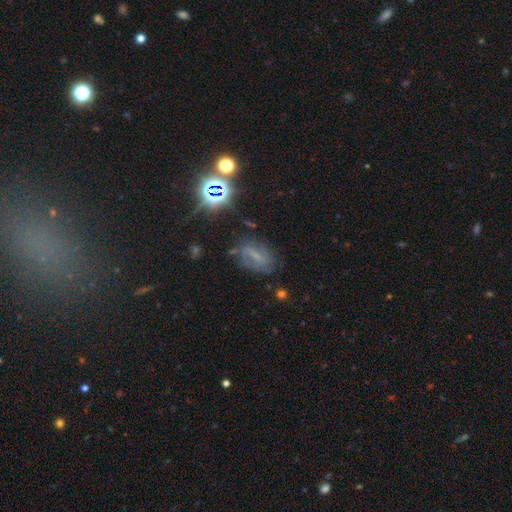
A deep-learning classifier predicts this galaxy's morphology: smooth_or_featured: featured or disk (p=0.42) [alt: smooth p=0.30]
merging: none (p=0.63) [alt: minor disturbance p=0.21]